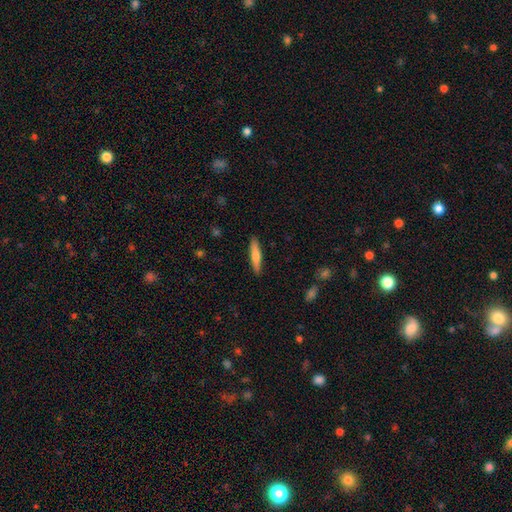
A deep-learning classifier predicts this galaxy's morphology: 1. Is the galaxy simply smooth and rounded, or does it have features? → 68% smooth, 27% featured or disk, 5% star or artifact.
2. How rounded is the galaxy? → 87% cigar-shaped, 11% in between, 1% round.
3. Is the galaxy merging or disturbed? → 90% none, 7% minor disturbance, 2% major disturbance, 1% merger.